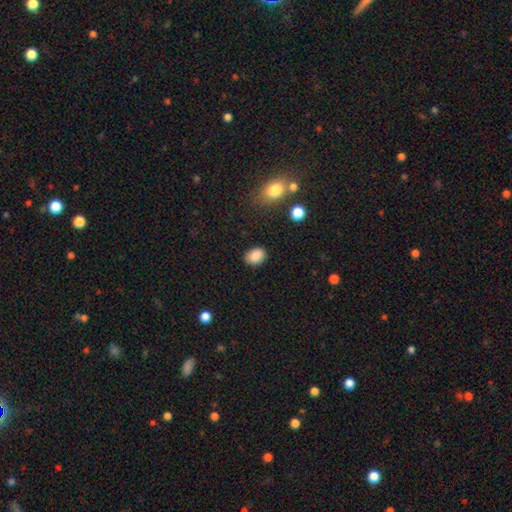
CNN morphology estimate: Overall: smooth (87%). How rounded: in between (74%). Merging: none (84%).